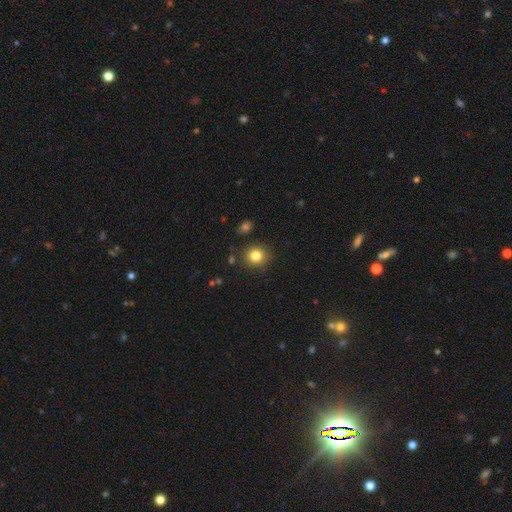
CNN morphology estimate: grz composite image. It shows a smooth galaxy with no disk features (82%) that is round (85%). Merging: none (86%).